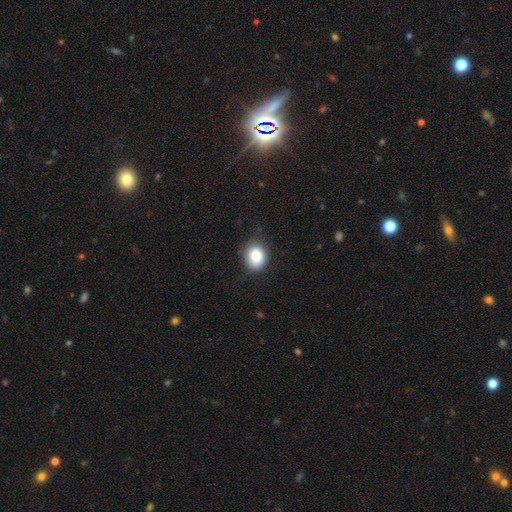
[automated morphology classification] A smooth galaxy with no disk features (84%) that is round (59%). Merging: none (80%).